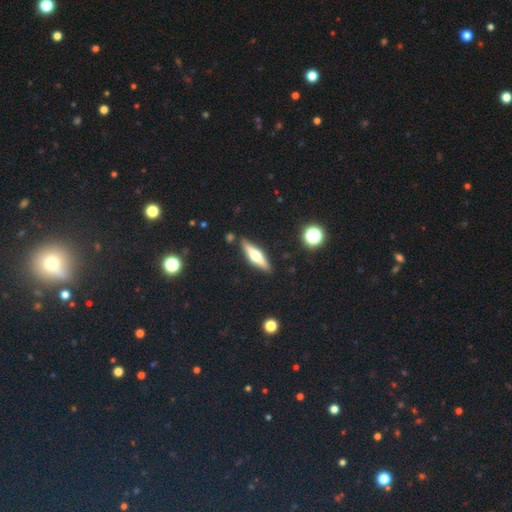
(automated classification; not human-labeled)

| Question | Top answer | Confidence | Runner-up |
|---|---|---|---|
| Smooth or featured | featured or disk | 56% | smooth (36%) |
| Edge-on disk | yes | 93% | no (7%) |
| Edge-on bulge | rounded | 93% | boxy (4%) |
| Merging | none | 87% | minor disturbance (9%) |